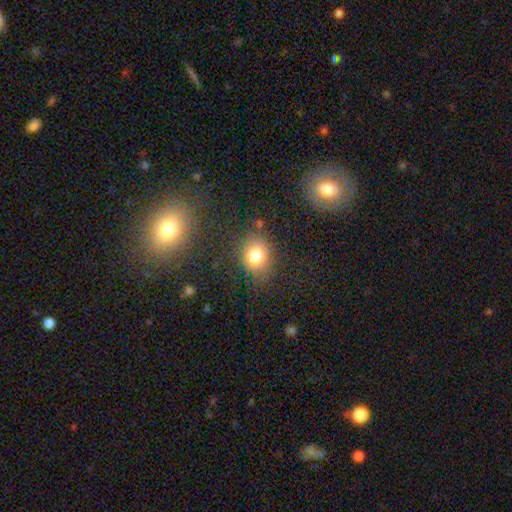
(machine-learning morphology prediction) smooth_or_featured: smooth (p=0.78) [alt: star or artifact p=0.12]
how_rounded: round (p=0.62) [alt: in between p=0.37]
merging: none (p=0.78) [alt: minor disturbance p=0.14]